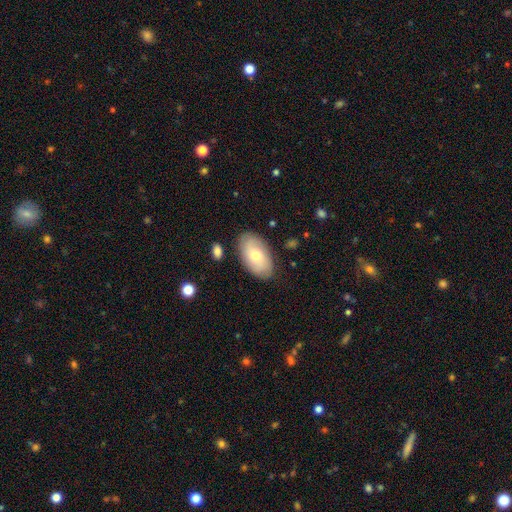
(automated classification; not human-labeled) Q: Smooth or featured?
A: smooth (61%); runner-up: featured or disk (33%)
Q: How rounded?
A: in between (94%); runner-up: round (4%)
Q: Merging?
A: none (83%); runner-up: minor disturbance (12%)